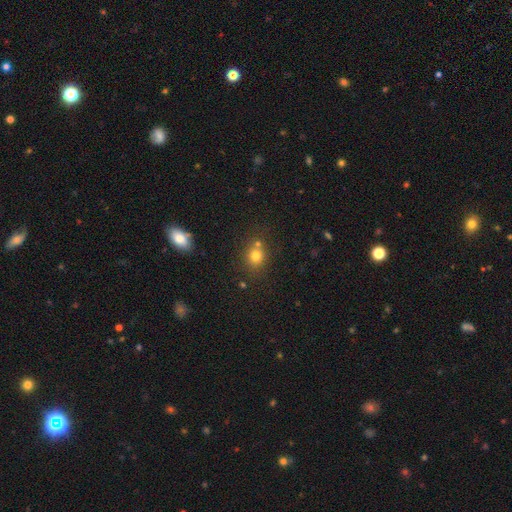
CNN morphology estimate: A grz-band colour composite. It shows a smooth galaxy with no disk features (75%) that is round (76%). Merging: none (65%).